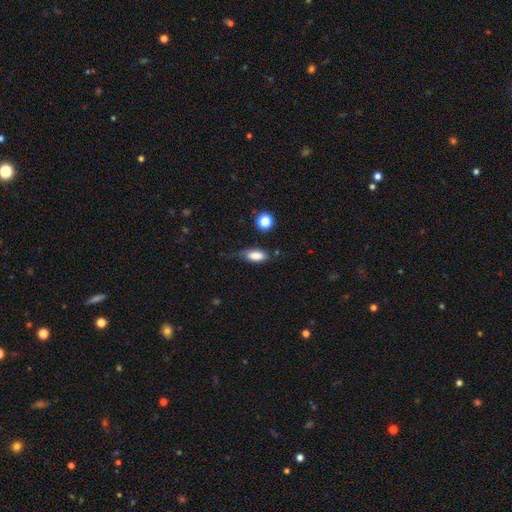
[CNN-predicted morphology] A smooth galaxy with no disk features (81%) that is in between round and cigar-shaped (80%). Merging: none (51%).